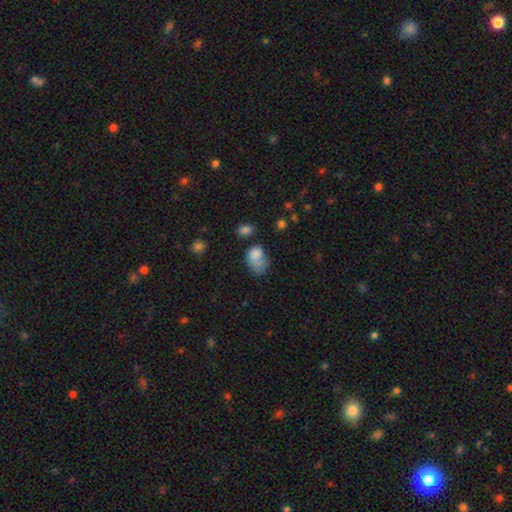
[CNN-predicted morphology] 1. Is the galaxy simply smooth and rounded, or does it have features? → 74% smooth, 16% featured or disk, 10% star or artifact.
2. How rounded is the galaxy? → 75% in between, 24% round, 1% cigar-shaped.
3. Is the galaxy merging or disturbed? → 33% major disturbance, 28% none, 28% minor disturbance, 12% merger.